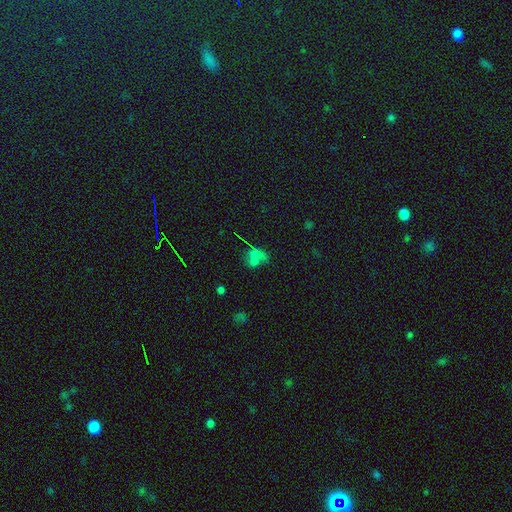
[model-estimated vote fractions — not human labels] A smooth galaxy with no disk features (45%).

Vote fractions:
- Smooth or featured? smooth: 45% / star or artifact: 37% / featured or disk: 18%
- Merging? none: 36% / merger: 28% / major disturbance: 21% / minor disturbance: 15%